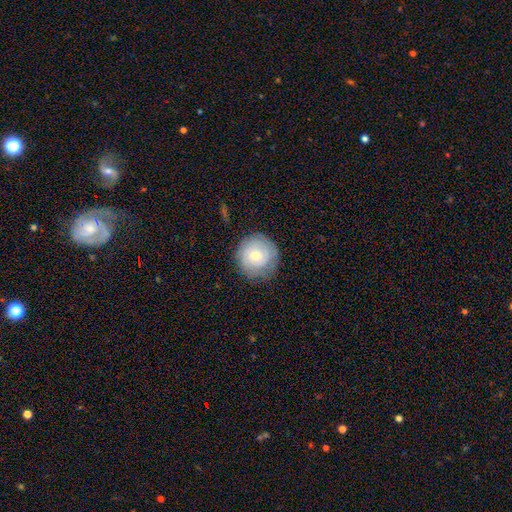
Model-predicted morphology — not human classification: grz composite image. It shows a smooth galaxy with no disk features (53%) that is round (93%). Merging: none (77%).